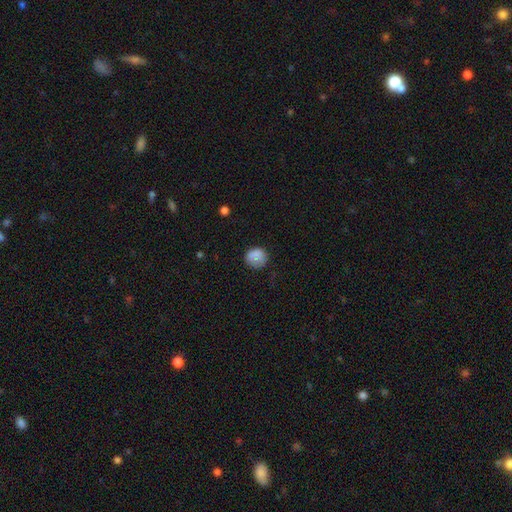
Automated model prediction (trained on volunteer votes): Smooth or featured?
  - smooth: 83% *
  - star or artifact: 10%
  - featured or disk: 7%
How rounded?
  - round: 76% *
  - in between: 23%
  - cigar-shaped: 1%
Merging?
  - none: 72% *
  - minor disturbance: 21%
  - major disturbance: 5%
  - merger: 2%